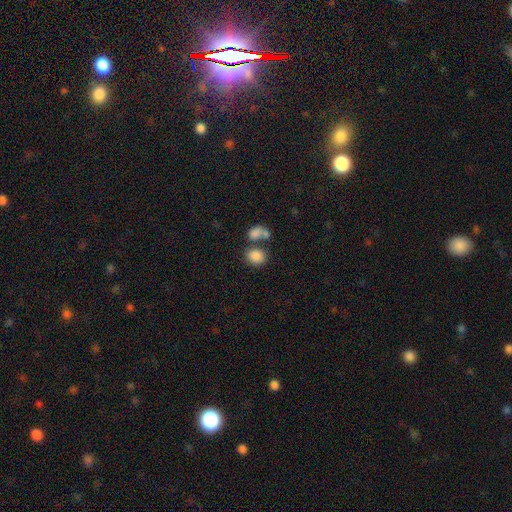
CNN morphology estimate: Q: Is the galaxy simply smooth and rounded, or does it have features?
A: smooth — 84%.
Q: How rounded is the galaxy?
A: round — 51%.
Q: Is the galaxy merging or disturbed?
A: none — 47%.